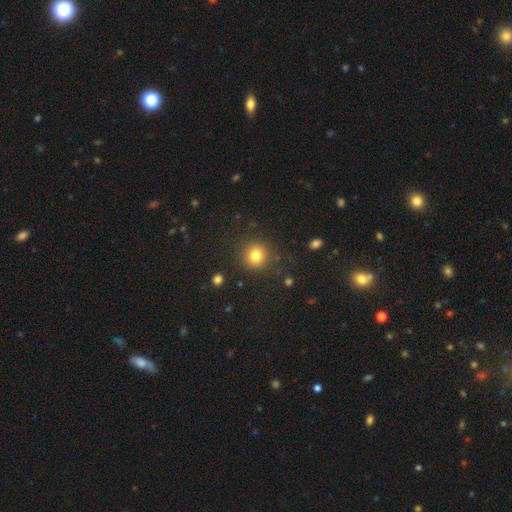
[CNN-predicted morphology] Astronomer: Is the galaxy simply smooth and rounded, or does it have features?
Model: smooth — 80%.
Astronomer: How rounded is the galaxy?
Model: round — 92%.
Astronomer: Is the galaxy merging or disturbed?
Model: none — 87%.